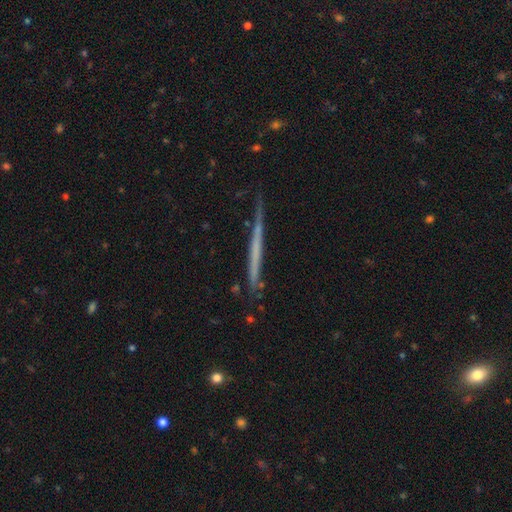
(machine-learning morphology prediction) Overall: featured or disk (56%; smooth 32%). Edge-on disk: yes (93%). Edge-on bulge: none (75%). Merging: none (82%).